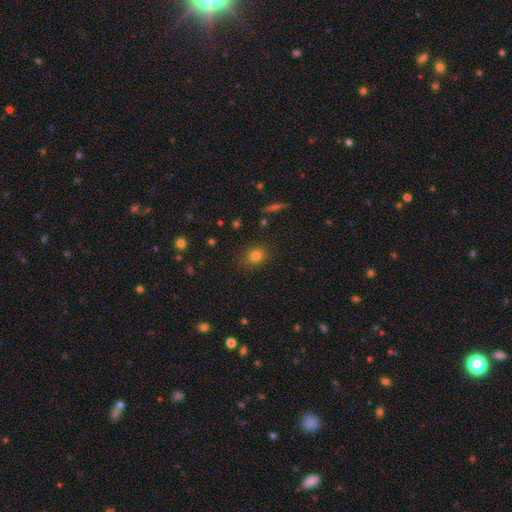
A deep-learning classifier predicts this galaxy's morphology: Smooth or featured?
  - smooth: 78% *
  - star or artifact: 15%
  - featured or disk: 7%
How rounded?
  - round: 72% *
  - in between: 26%
  - cigar-shaped: 1%
Merging?
  - none: 85% *
  - minor disturbance: 10%
  - major disturbance: 3%
  - merger: 2%